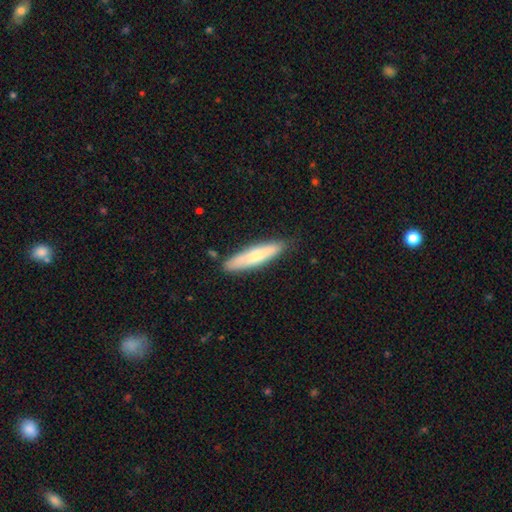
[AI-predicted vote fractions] Q: Smooth or featured?
A: smooth (68%); runner-up: featured or disk (26%)
Q: How rounded?
A: cigar-shaped (83%); runner-up: in between (16%)
Q: Merging?
A: none (85%); runner-up: minor disturbance (12%)